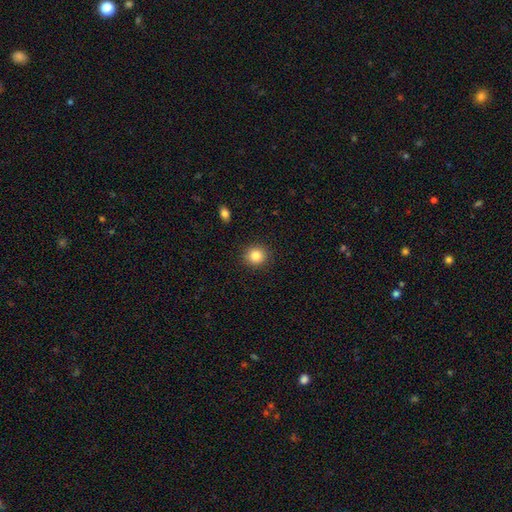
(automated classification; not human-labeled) Overall: smooth (84%). How rounded: round (88%). Merging: none (91%).